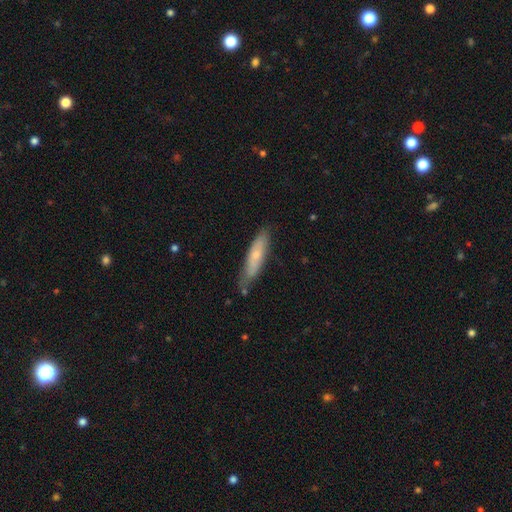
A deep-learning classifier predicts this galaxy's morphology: smooth 60%, featured or disk 34%, star or artifact 6%. Down the decision tree: how rounded — cigar-shaped (77%); merging — none (71%).